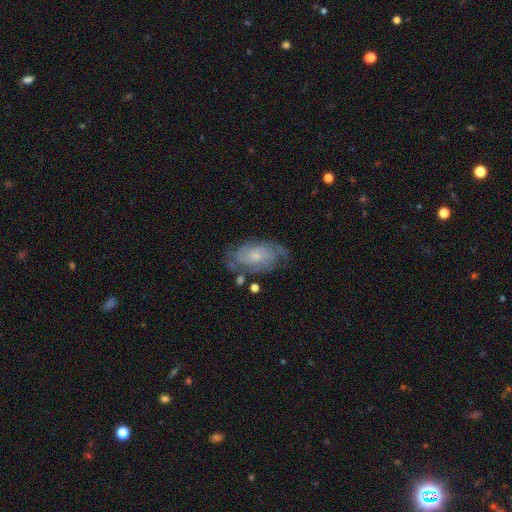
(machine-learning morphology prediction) This appears to be a featured or disk galaxy (74%) with no bar (73%), 2 (41%) tight (57%) spiral arms (89%) and a small central bulge (70%). Merging: none (66%).